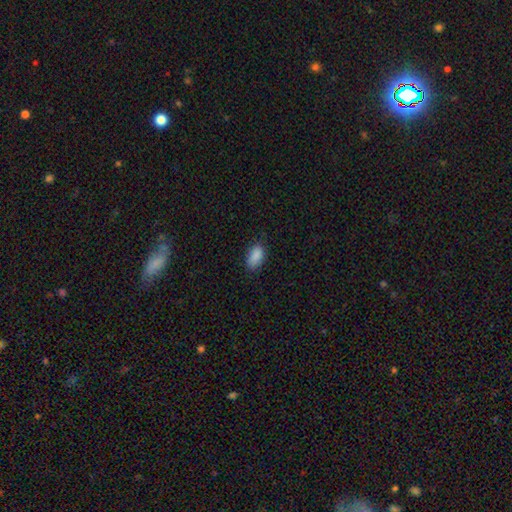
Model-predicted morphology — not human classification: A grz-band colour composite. It shows a smooth galaxy with no disk features (89%) that is in between round and cigar-shaped (92%). Merging: none (80%).